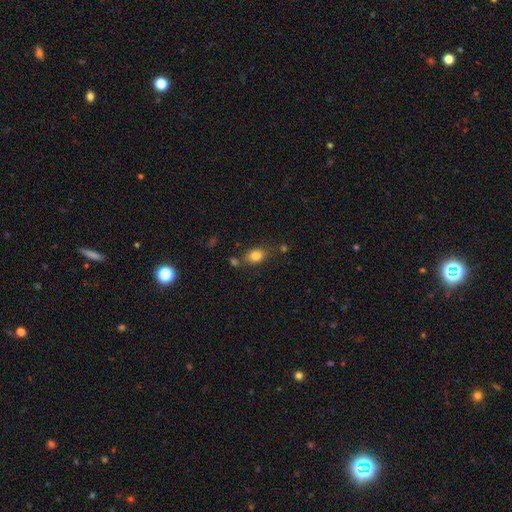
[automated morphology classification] Smooth or featured? smooth (82%)
How rounded? in between (72%)
Merging? none (67%)